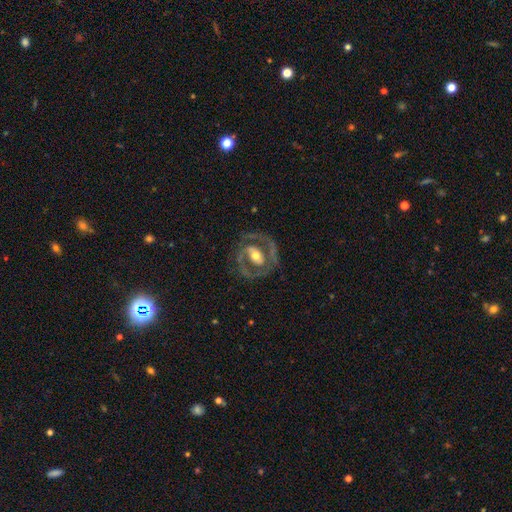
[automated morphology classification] smooth-or-featured: featured or disk: 78% | smooth: 17% | star or artifact: 5%
  disk-edge-on: no: 96% | yes: 4%
    bar: no: 44% | weak: 31% | strong: 25%
    has-spiral-arms: yes: 63% | no: 37%
    bulge-size: moderate: 66% | small: 17% | large: 14% | dominant: 1% | none: 1%
  merging: none: 69% | minor disturbance: 16% | major disturbance: 13% | merger: 2%